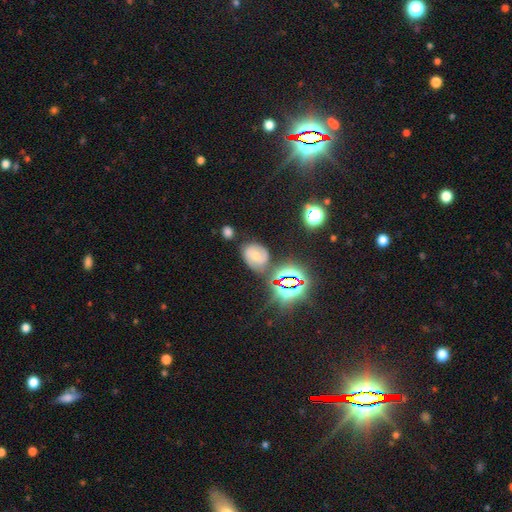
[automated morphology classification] Q: Smooth or featured?
A: featured or disk (51%); runner-up: smooth (29%)
Q: Edge-on disk?
A: no (96%); runner-up: yes (4%)
Q: Merging?
A: none (66%); runner-up: minor disturbance (20%)